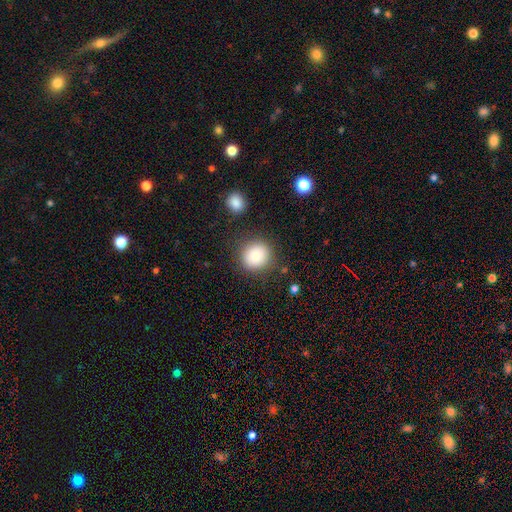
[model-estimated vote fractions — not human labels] A smooth galaxy with no disk features (84%) that is round (87%). Merging: none (84%).